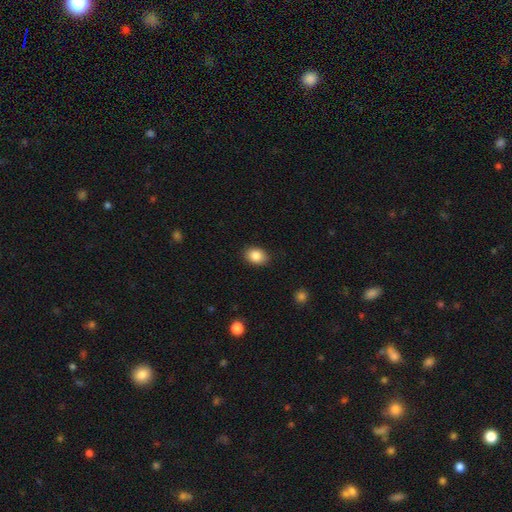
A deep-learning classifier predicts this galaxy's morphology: Smooth or featured? smooth (86%)
How rounded? in between (71%)
Merging? none (88%)